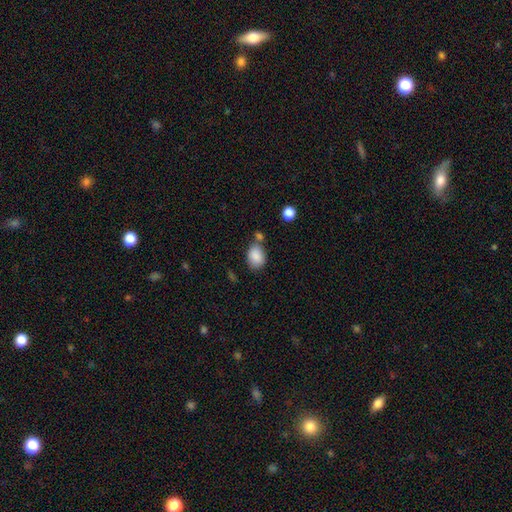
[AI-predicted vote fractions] smooth_or_featured: smooth (p=0.87) [alt: star or artifact p=0.08]
how_rounded: in between (p=0.69) [alt: round p=0.30]
merging: none (p=0.61) [alt: minor disturbance p=0.17]